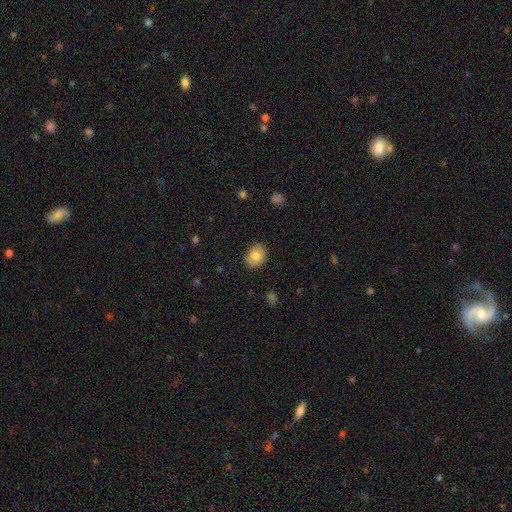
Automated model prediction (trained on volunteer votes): smooth-or-featured: smooth: 82% | featured or disk: 11% | star or artifact: 8%
  how-rounded: in between: 70% | round: 29% | cigar-shaped: 1%
  merging: none: 87% | minor disturbance: 10% | major disturbance: 2% | merger: 1%